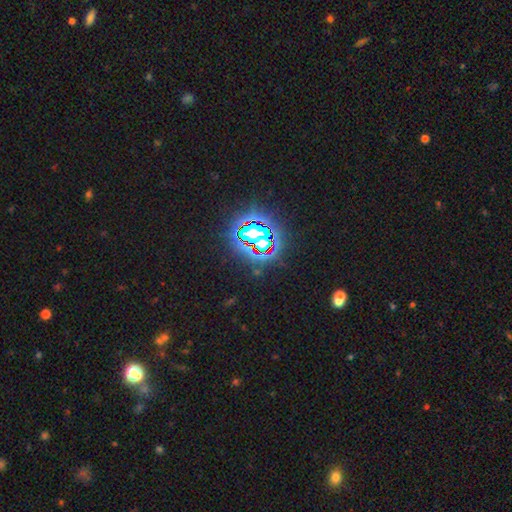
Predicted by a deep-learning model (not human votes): A star or artifact, not a galaxy (82%).